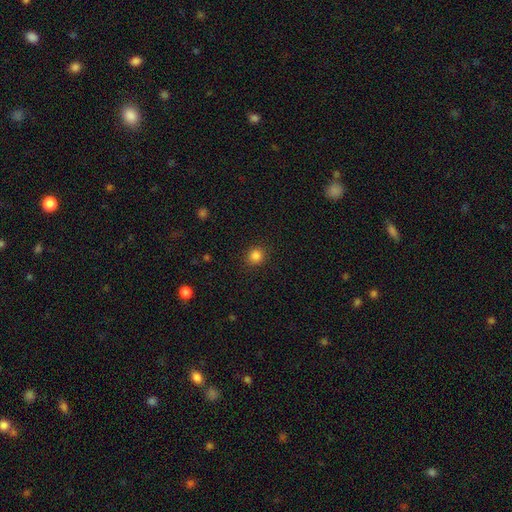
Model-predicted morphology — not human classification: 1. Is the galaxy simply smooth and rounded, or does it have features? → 84% smooth, 12% star or artifact, 4% featured or disk.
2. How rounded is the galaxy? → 88% round, 11% in between, 1% cigar-shaped.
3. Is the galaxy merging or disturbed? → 89% none, 7% minor disturbance, 3% major disturbance, 1% merger.